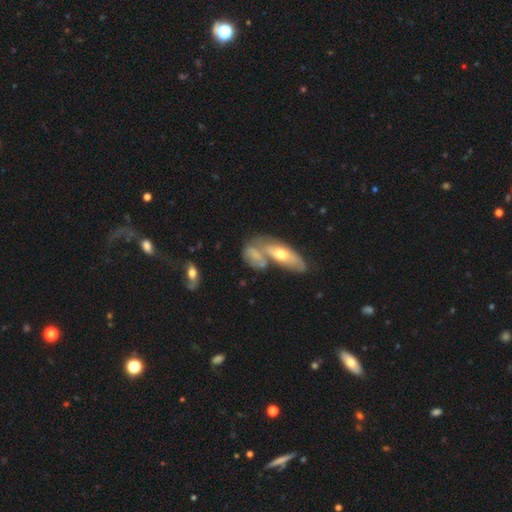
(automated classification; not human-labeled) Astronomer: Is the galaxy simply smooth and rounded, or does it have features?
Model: smooth — 53% (runner-up: featured or disk, 39%).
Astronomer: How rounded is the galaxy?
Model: in between — 73%.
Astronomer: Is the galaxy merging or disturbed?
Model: merger — 45% (runner-up: none, 29%).